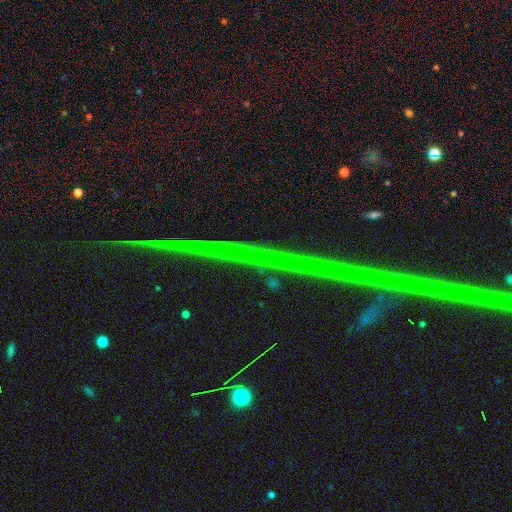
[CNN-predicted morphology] star or artifact 84%, featured or disk 12%, smooth 4%.